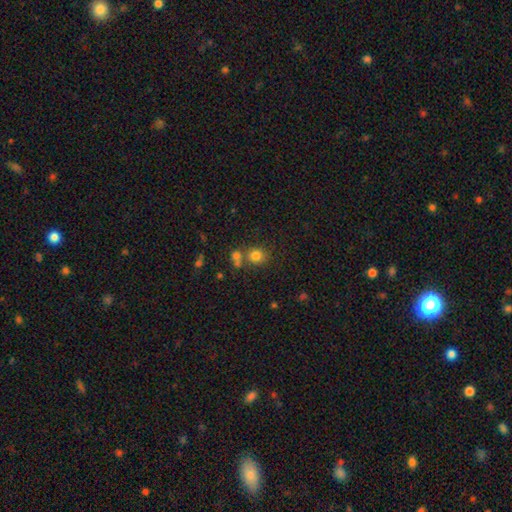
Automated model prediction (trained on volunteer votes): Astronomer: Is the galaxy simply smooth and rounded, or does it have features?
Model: smooth — 79%.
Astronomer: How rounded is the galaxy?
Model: round — 80%.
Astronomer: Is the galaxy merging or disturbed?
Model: none — 61%.